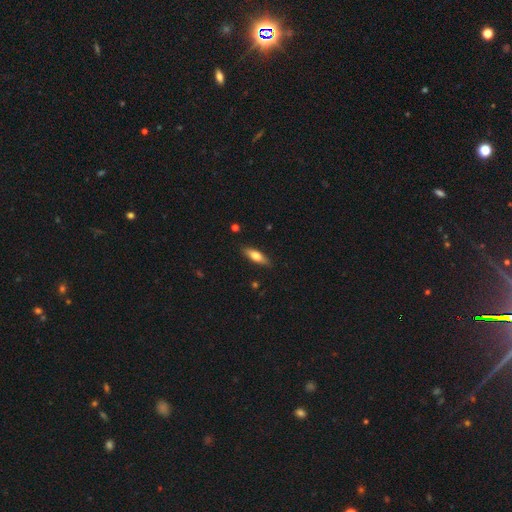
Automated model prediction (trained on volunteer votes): smooth 64%, featured or disk 30%, star or artifact 6%. Down the decision tree: how rounded — cigar-shaped (49%); merging — none (86%).